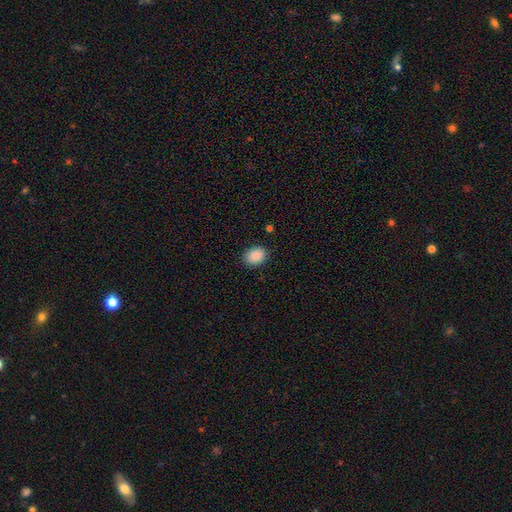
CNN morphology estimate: Smooth or featured? smooth (88%)
How rounded? in between (65%)
Merging? none (88%)